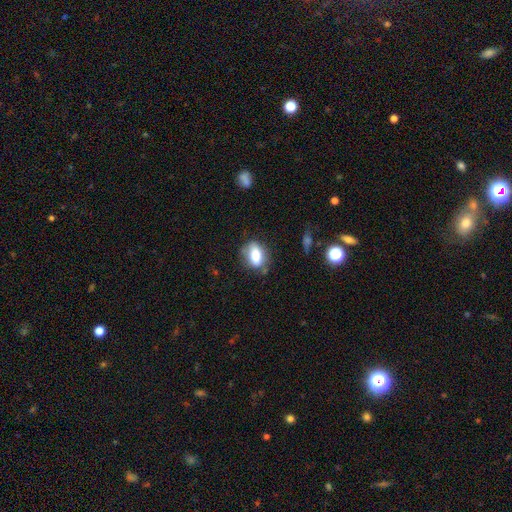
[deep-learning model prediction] Smooth or featured? Predicted: smooth (p=0.78). How rounded? Predicted: in between (p=0.83). Merging? Predicted: none (p=0.64).